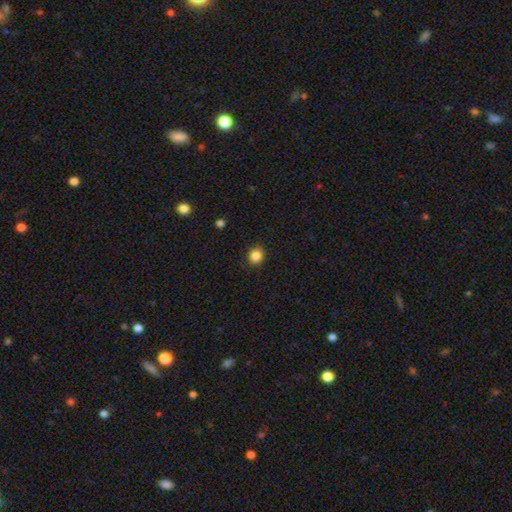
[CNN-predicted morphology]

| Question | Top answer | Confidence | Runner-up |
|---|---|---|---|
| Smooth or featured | smooth | 85% | star or artifact (11%) |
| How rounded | round | 86% | in between (13%) |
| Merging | none | 90% | minor disturbance (7%) |